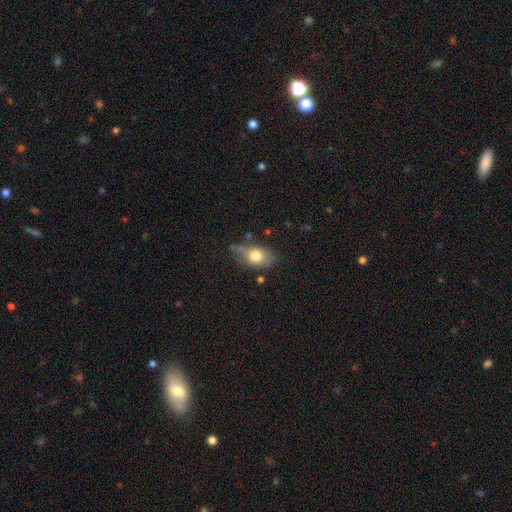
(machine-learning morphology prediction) This appears to be a smooth galaxy with no disk features (73%) that is in between round and cigar-shaped (82%). Merging: none (56%).